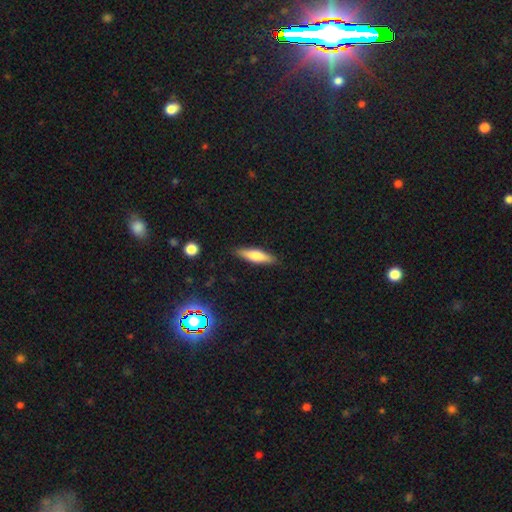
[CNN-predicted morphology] Overall: smooth (65%; featured or disk 29%). How rounded: cigar-shaped (68%; in between 30%). Merging: none (87%).